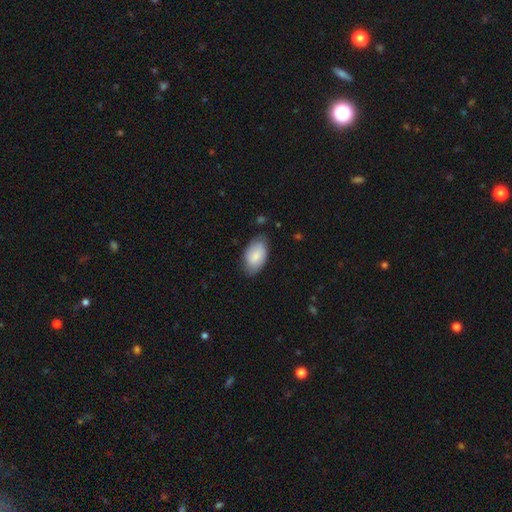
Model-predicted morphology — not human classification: The model was most divided on "merging": none: 74%, minor disturbance: 21%, major disturbance: 4%, merger: 1%. More confident: how rounded — in between (94%); smooth or featured — smooth (82%).